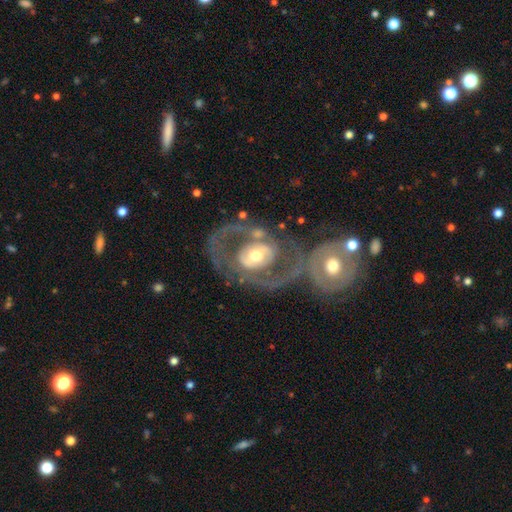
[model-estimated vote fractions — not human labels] The model was most divided on "spiral winding": medium: 46%, tight: 31%, loose: 24%. Remaining: edge-on disk — no (96%); smooth or featured — featured or disk (79%); spiral arm count — 2 (76%); bulge size — moderate (69%); spiral arms — yes (66%); bar — no (49%); merging — none (47%).